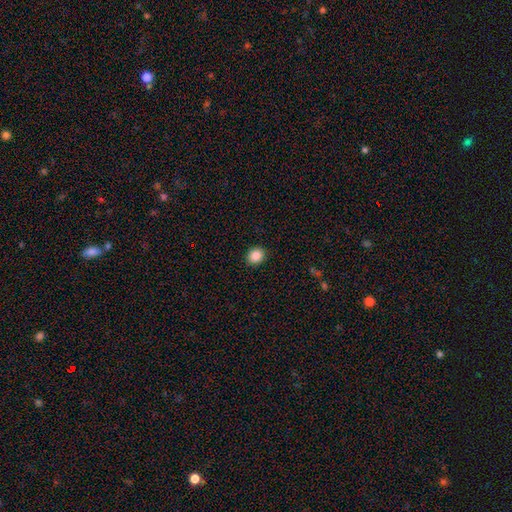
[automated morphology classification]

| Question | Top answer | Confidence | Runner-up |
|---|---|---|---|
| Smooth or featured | smooth | 87% | star or artifact (10%) |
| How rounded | round | 67% | in between (32%) |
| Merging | none | 91% | minor disturbance (6%) |